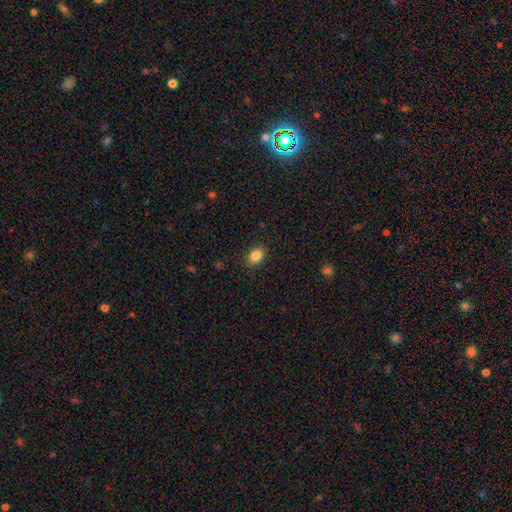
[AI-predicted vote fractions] Smooth or featured: smooth — 85% (star or artifact — 9%)
How rounded: in between — 66% (round — 33%)
Merging: none — 87% (minor disturbance — 10%)